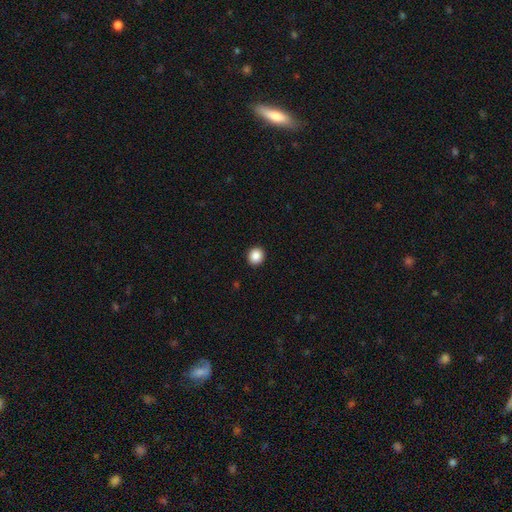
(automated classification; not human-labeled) smooth 87%, star or artifact 10%, featured or disk 3%. Down the decision tree: how rounded — round (89%); merging — none (93%).